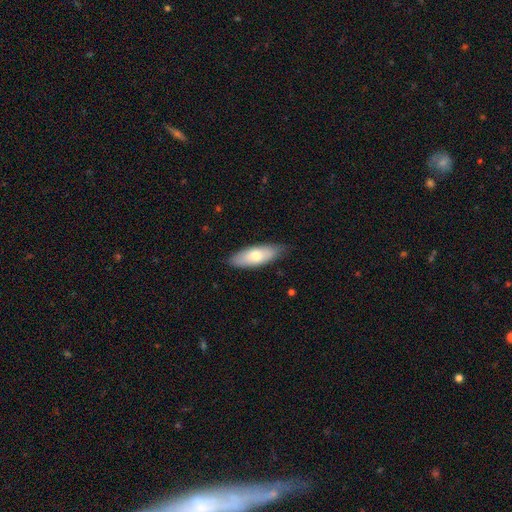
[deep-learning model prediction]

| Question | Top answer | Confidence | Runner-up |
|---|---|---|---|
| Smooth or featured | smooth | 68% | featured or disk (26%) |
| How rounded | in between | 73% | cigar-shaped (25%) |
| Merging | none | 81% | minor disturbance (16%) |